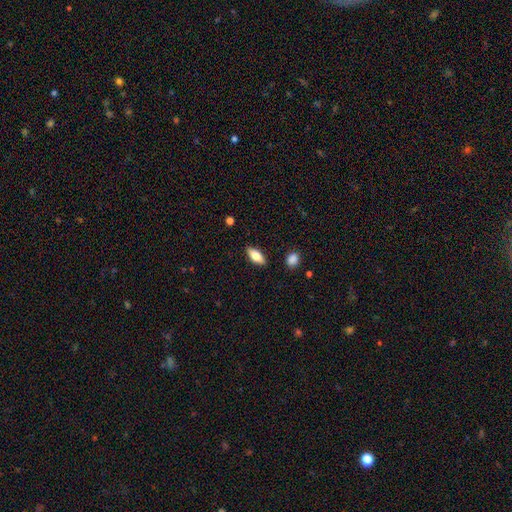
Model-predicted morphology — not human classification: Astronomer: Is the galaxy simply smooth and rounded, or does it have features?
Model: smooth — 71%.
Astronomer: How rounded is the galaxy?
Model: in between — 80%.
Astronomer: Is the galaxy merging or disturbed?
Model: none — 87%.